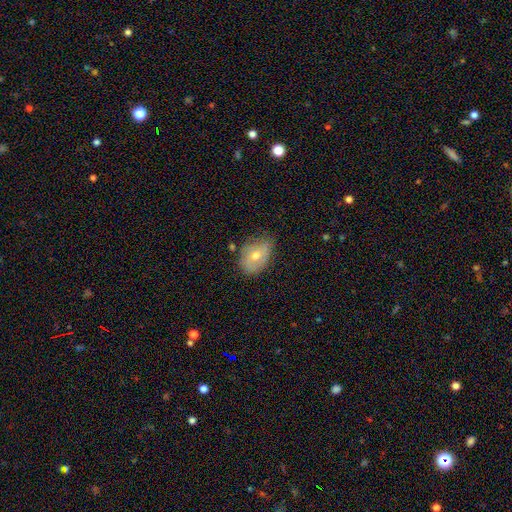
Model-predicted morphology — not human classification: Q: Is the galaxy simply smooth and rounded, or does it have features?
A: smooth — 51%.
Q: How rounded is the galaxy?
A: in between — 72%.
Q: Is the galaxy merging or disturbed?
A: none — 57%.